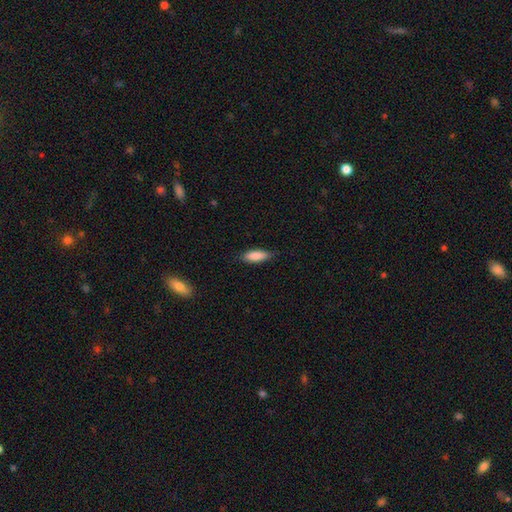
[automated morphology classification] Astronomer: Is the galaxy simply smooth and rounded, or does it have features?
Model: smooth — 87%.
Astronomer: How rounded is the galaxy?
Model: in between — 63%.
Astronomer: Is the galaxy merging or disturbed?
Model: none — 83%.